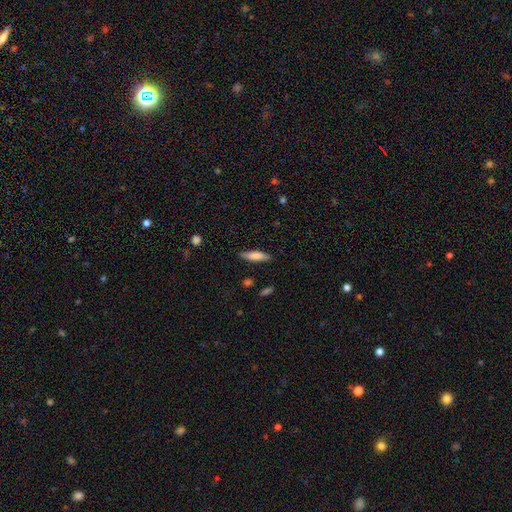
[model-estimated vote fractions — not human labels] Smooth or featured? Predicted: smooth (p=0.75). How rounded? Predicted: cigar-shaped (p=0.72). Merging? Predicted: none (p=0.84).